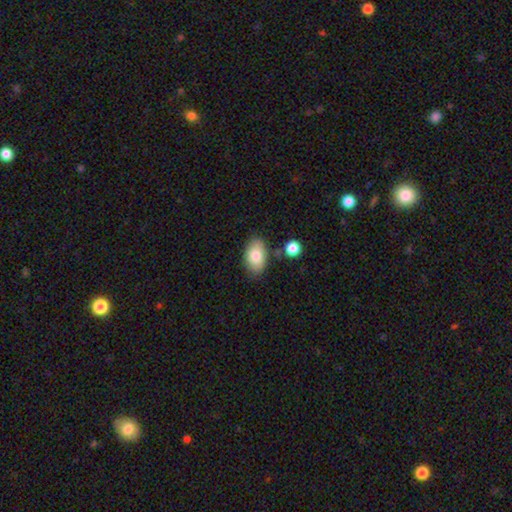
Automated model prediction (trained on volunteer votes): The model was most divided on "merging": none: 78%, minor disturbance: 14%, merger: 5%, major disturbance: 3%. More confident: how rounded — in between (93%); smooth or featured — smooth (82%).